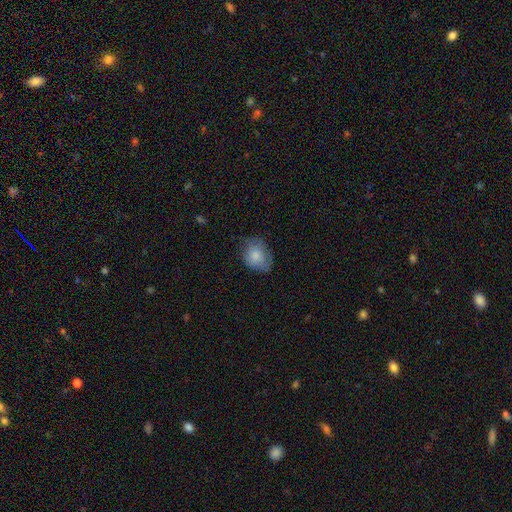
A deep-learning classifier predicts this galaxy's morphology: A smooth galaxy with no disk features (78%) that is in between round and cigar-shaped (51%).

Vote fractions:
- Smooth or featured? smooth: 78% / featured or disk: 15% / star or artifact: 7%
- How rounded? in between: 51% / round: 48% / cigar-shaped: 1%
- Merging? none: 56% / minor disturbance: 32% / major disturbance: 10% / merger: 1%